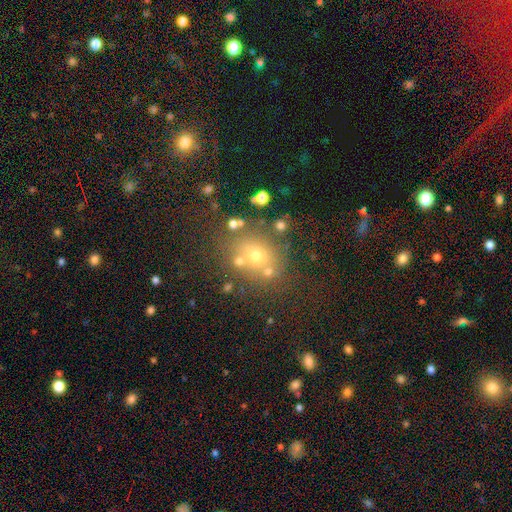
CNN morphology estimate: type=smooth (59%); roundness=round (64%); merging=none (68%).